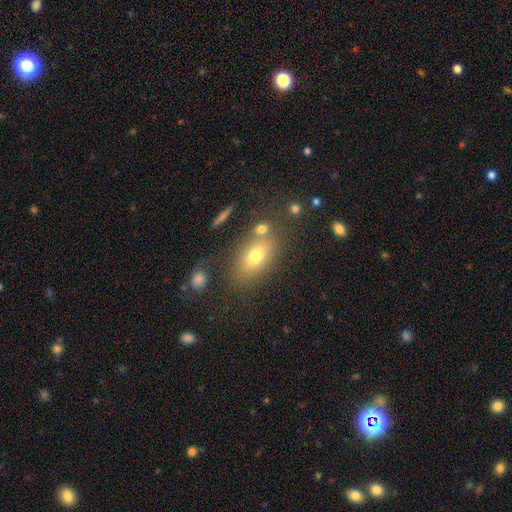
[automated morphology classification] Q: Smooth or featured?
A: smooth (69%); runner-up: featured or disk (18%)
Q: How rounded?
A: in between (81%); runner-up: round (14%)
Q: Merging?
A: none (68%); runner-up: minor disturbance (14%)